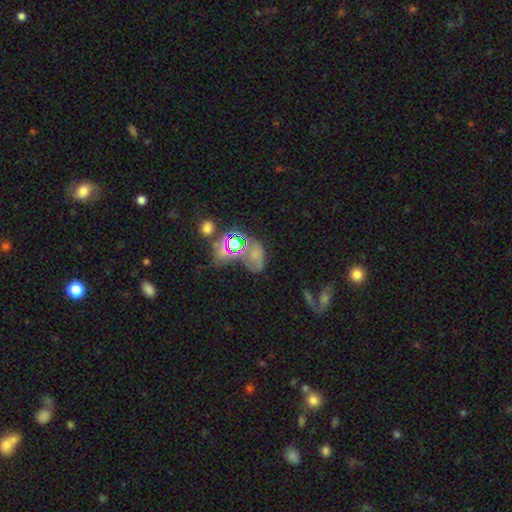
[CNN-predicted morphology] A star or artifact, not a galaxy (41%).

Vote fractions:
- Smooth or featured? star or artifact: 41% / smooth: 40% / featured or disk: 20%